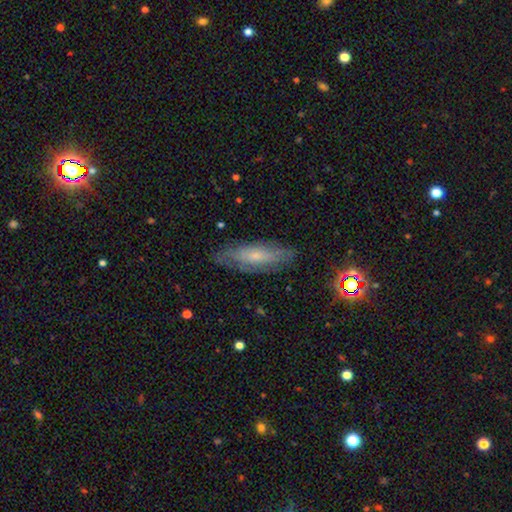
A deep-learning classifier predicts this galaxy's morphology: Smooth or featured? Predicted: featured or disk (p=0.46). Merging? Predicted: none (p=0.75).